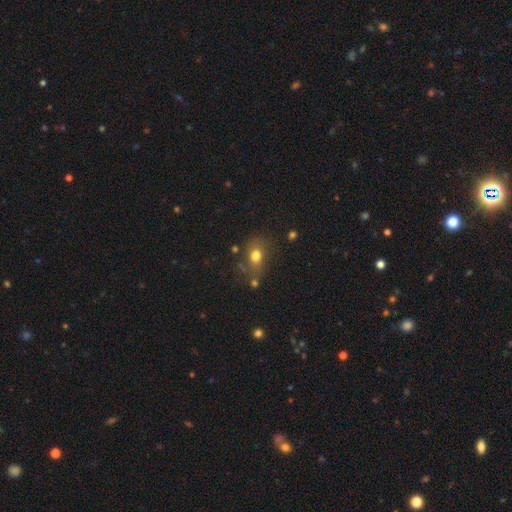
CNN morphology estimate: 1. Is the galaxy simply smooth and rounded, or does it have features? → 73% smooth, 14% featured or disk, 14% star or artifact.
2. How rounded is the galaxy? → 60% in between, 38% round, 2% cigar-shaped.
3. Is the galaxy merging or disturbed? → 60% none, 21% minor disturbance, 10% major disturbance, 8% merger.